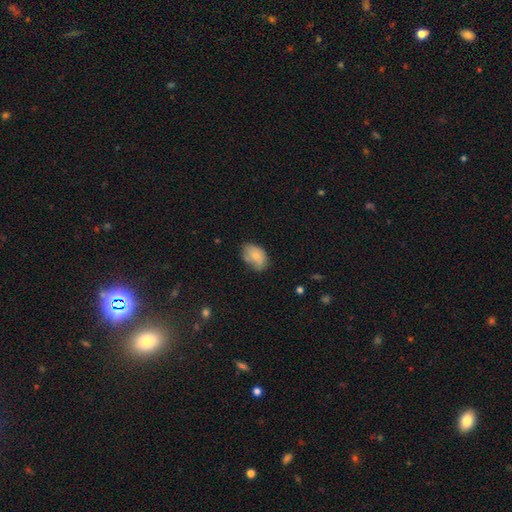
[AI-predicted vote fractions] Smooth or featured?
  - smooth: 70% *
  - featured or disk: 23%
  - star or artifact: 8%
How rounded?
  - in between: 84% *
  - round: 15%
  - cigar-shaped: 1%
Merging?
  - none: 55% *
  - minor disturbance: 33%
  - major disturbance: 8%
  - merger: 5%